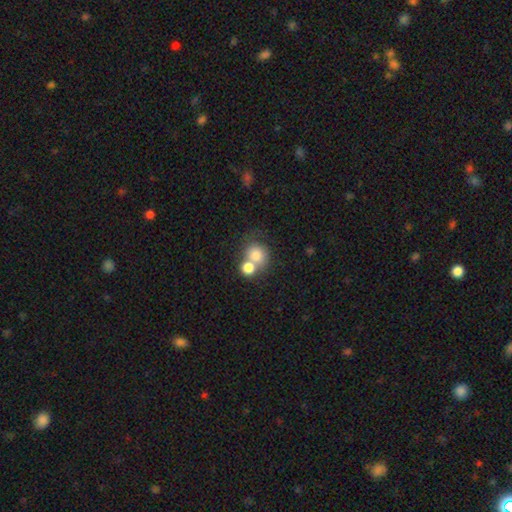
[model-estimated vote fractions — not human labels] This appears to be a smooth galaxy with no disk features (77%) that is round (79%). Merging: merger (54%).